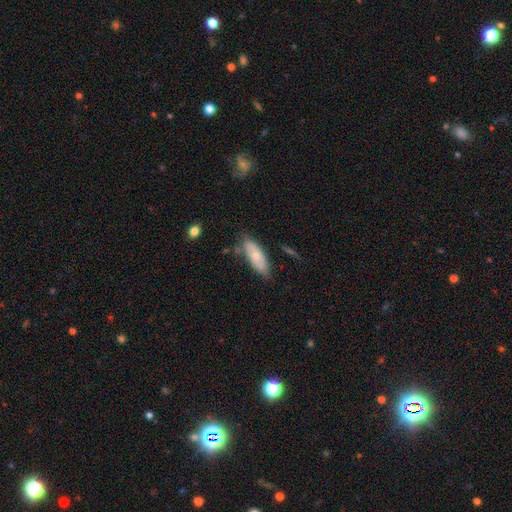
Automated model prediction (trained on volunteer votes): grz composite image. It shows a smooth galaxy with no disk features (66%) that is in between round and cigar-shaped (70%). Merging: none (66%).